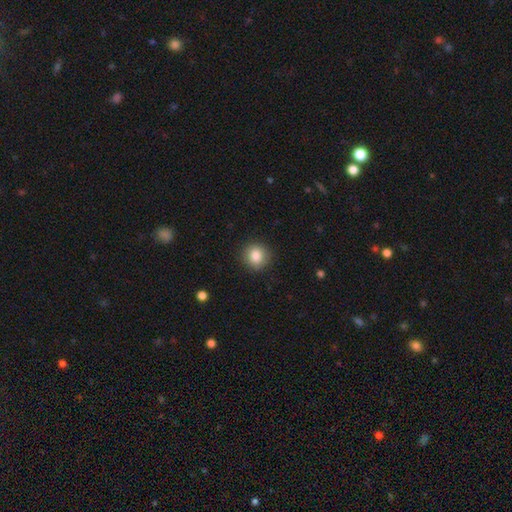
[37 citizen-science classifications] This is clearly a smooth galaxy (89%). How rounded: clearly round (88%). Merging: clearly none (94%).